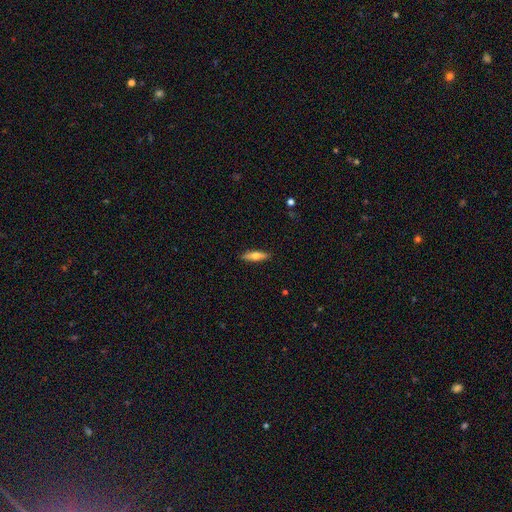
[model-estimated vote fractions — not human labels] Overall: smooth (59%; featured or disk 35%). How rounded: cigar-shaped (63%; in between 35%). Merging: none (89%).